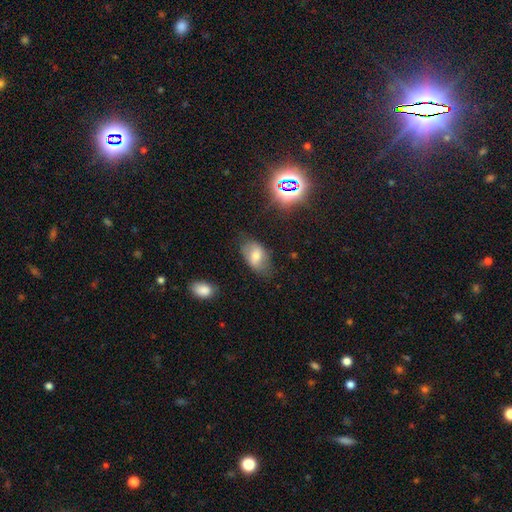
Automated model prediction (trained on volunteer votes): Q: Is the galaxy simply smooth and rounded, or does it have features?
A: smooth — 60%.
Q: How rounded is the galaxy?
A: in between — 90%.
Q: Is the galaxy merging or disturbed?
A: none — 68%.